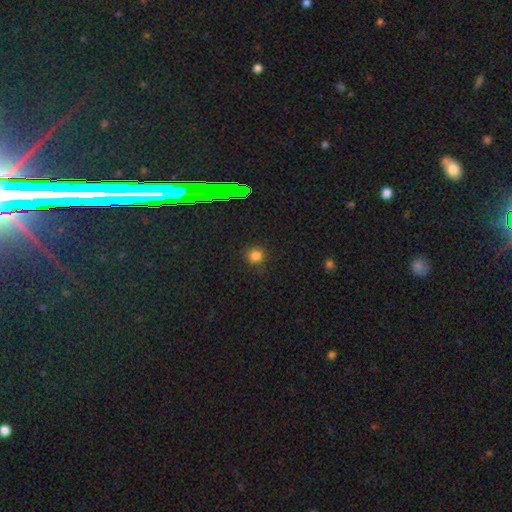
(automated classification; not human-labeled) Overall: smooth (79%). How rounded: round (91%). Merging: none (88%).